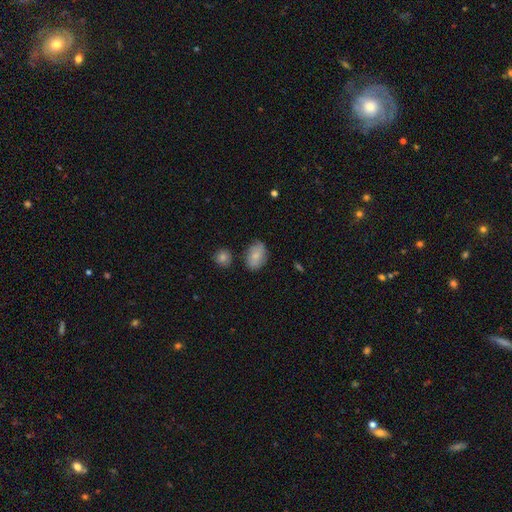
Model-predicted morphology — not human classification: A smooth galaxy with no disk features (74%) that is in between round and cigar-shaped (81%).

Vote fractions:
- Smooth or featured? smooth: 74% / featured or disk: 19% / star or artifact: 7%
- How rounded? in between: 81% / round: 17% / cigar-shaped: 1%
- Merging? none: 73% / minor disturbance: 19% / merger: 5% / major disturbance: 4%